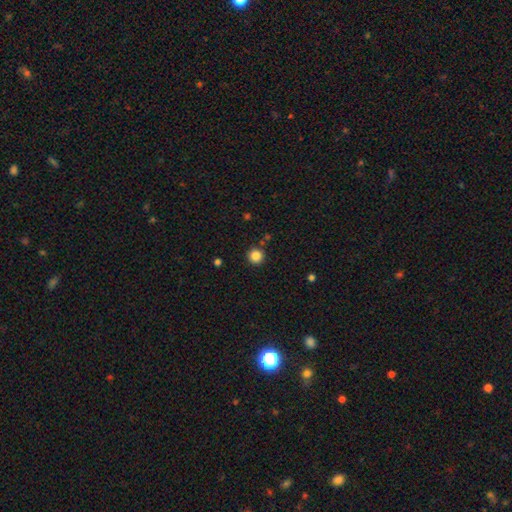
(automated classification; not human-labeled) A smooth galaxy with no disk features (86%) that is round (95%).

Vote fractions:
- Smooth or featured? smooth: 86% / star or artifact: 11% / featured or disk: 3%
- How rounded? round: 95% / in between: 4% / cigar-shaped: 1%
- Merging? none: 89% / minor disturbance: 6% / merger: 3% / major disturbance: 2%